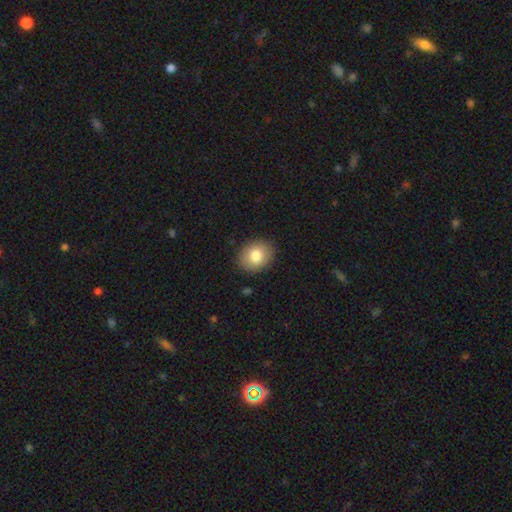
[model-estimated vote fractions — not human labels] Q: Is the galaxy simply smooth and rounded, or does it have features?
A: smooth — 81%.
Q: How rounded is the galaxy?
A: round — 53%.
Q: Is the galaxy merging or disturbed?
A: none — 89%.